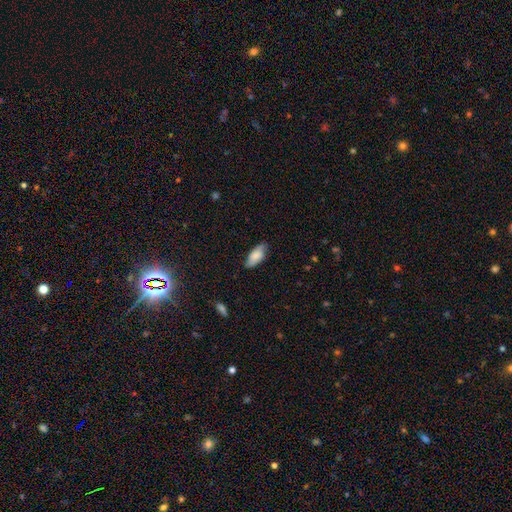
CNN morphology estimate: Smooth or featured?
  - smooth: 79% *
  - featured or disk: 15%
  - star or artifact: 6%
How rounded?
  - in between: 85% *
  - cigar-shaped: 13%
  - round: 2%
Merging?
  - none: 77% *
  - minor disturbance: 19%
  - major disturbance: 3%
  - merger: 1%